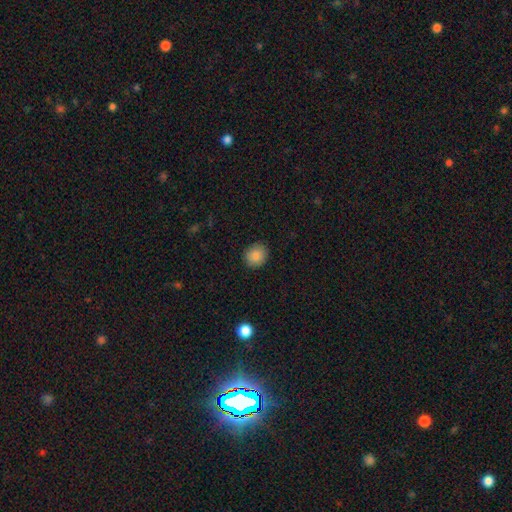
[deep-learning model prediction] Overall: smooth (86%). How rounded: round (77%). Merging: none (90%).